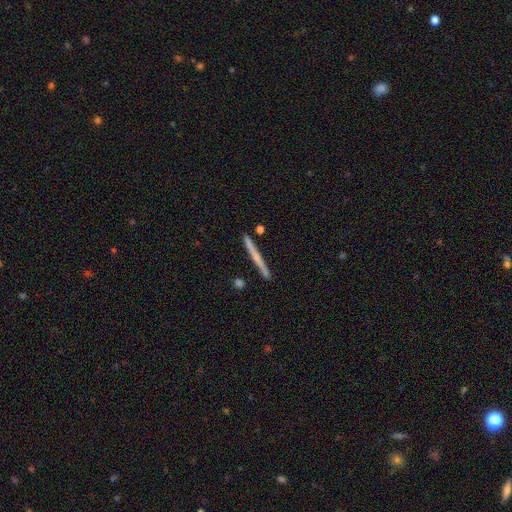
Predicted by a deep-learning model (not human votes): Smooth or featured?
  - featured or disk: 52% *
  - smooth: 42%
  - star or artifact: 6%
Edge-on disk?
  - yes: 98% *
  - no: 2%
Edge-on bulge?
  - none: 68% *
  - rounded: 27%
  - boxy: 6%
Merging?
  - none: 90% *
  - minor disturbance: 7%
  - merger: 2%
  - major disturbance: 1%